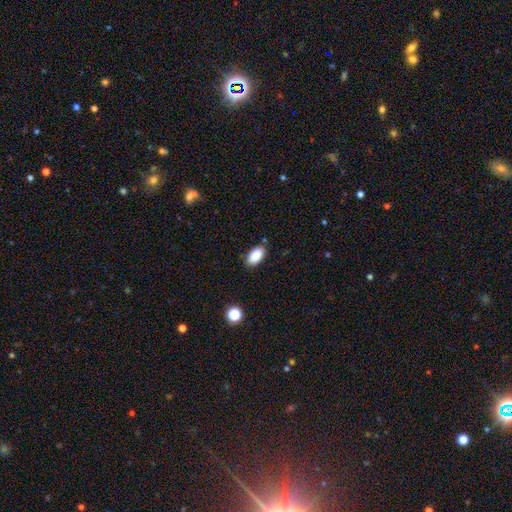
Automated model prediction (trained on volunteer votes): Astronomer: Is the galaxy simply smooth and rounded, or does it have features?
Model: smooth — 88%.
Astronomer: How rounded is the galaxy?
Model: in between — 93%.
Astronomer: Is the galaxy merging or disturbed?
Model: none — 84%.